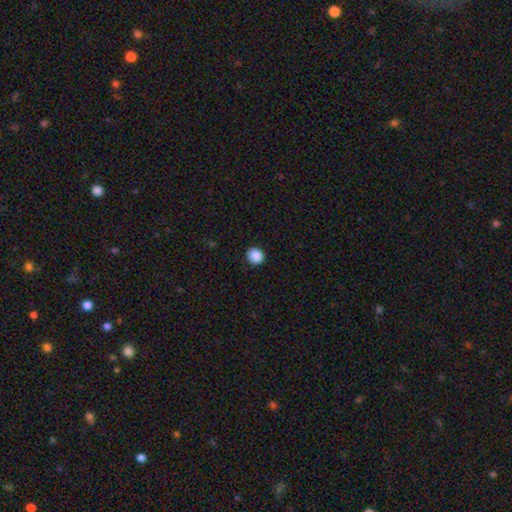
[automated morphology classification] A smooth galaxy with no disk features (89%) that is round (84%). Merging: none (91%).